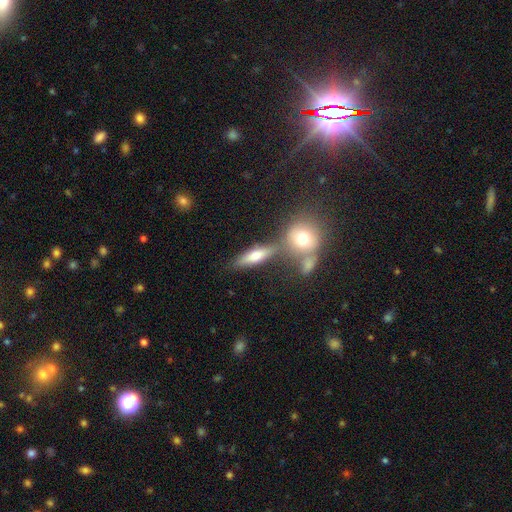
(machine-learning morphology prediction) type=smooth (60%); roundness=cigar-shaped (45%); merging=none (61%).